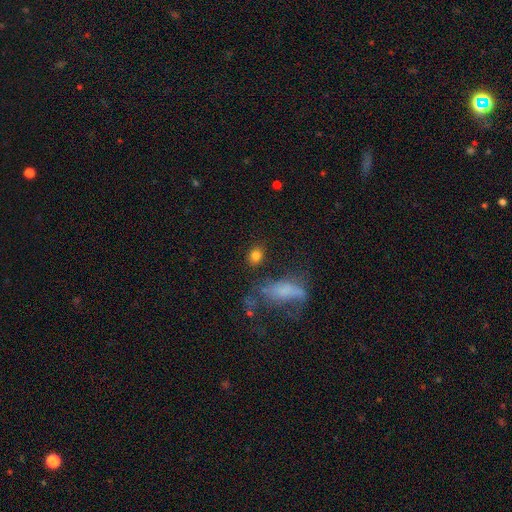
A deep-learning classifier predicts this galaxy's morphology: Smooth or featured: smooth — 82% (star or artifact — 11%)
How rounded: in between — 49% (round — 48%)
Merging: none — 80% (minor disturbance — 10%)